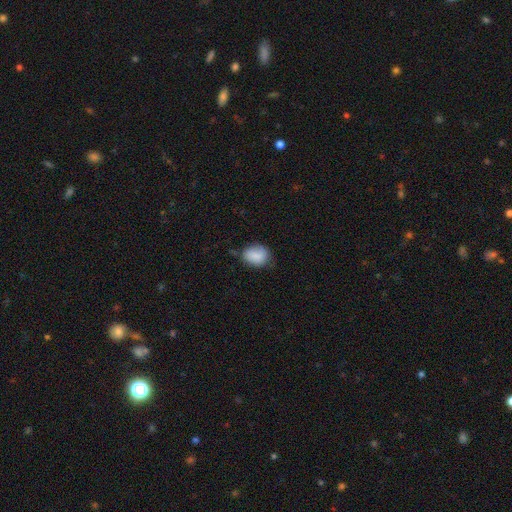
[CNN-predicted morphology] This appears to be a smooth galaxy with no disk features (84%) that is in between round and cigar-shaped (64%). Merging: none (63%).